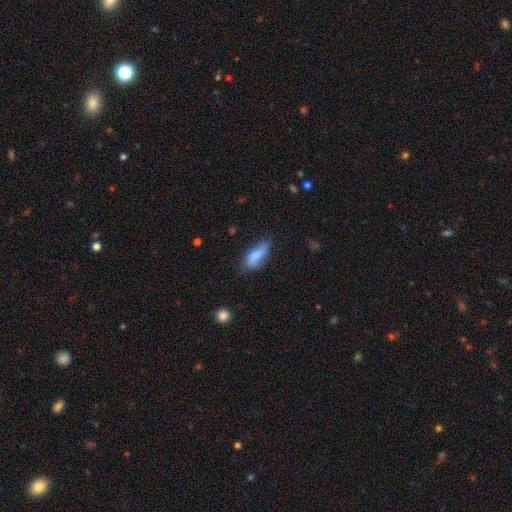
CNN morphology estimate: This is clearly a smooth galaxy (82%). How rounded: likely in between (71%). Merging: possibly none (54%).